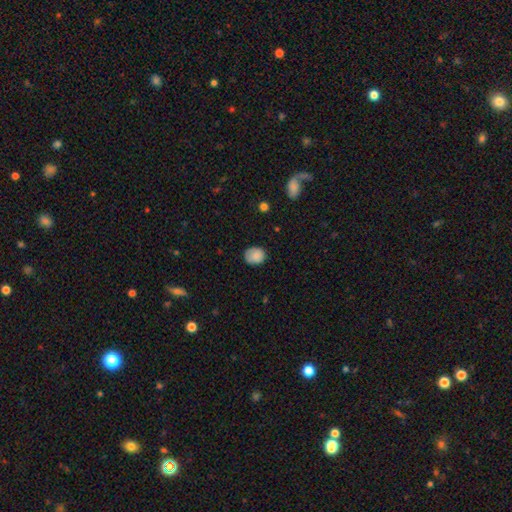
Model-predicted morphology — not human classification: Smooth or featured? Predicted: smooth (p=0.82). How rounded? Predicted: round (p=0.65). Merging? Predicted: none (p=0.74).